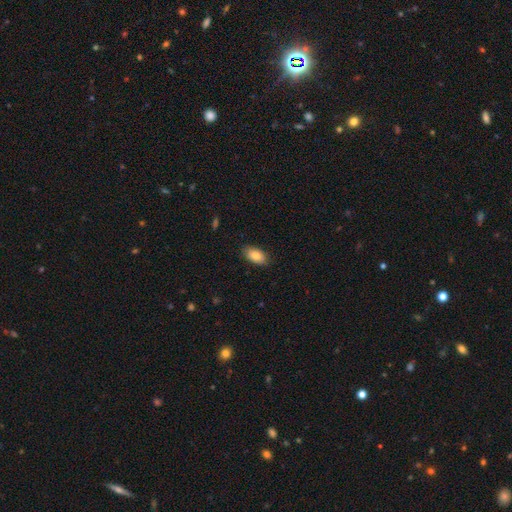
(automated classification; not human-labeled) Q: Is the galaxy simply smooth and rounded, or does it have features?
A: smooth — 85%.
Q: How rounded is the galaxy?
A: in between — 93%.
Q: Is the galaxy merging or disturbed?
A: none — 87%.